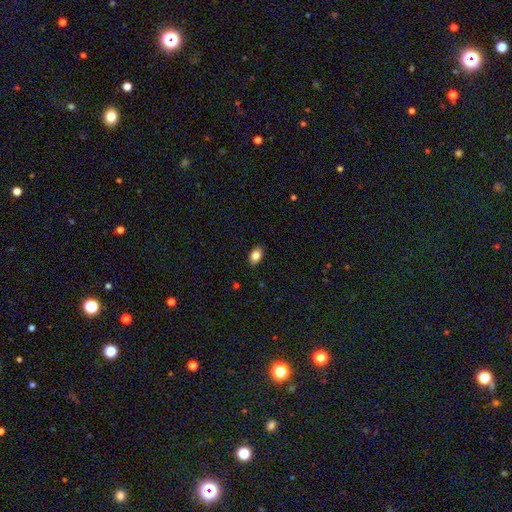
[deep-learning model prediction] This appears to be a smooth galaxy with no disk features (84%) that is in between round and cigar-shaped (89%). Merging: none (88%).